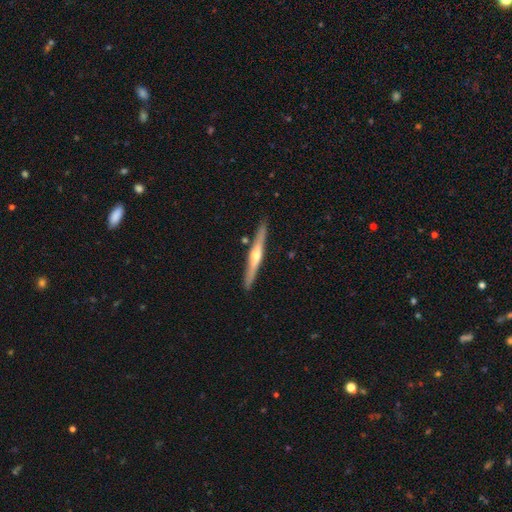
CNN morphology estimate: Smooth or featured?
  - featured or disk: 69% *
  - smooth: 26%
  - star or artifact: 5%
Edge-on disk?
  - yes: 97% *
  - no: 3%
Edge-on bulge?
  - rounded: 89% *
  - none: 8%
  - boxy: 3%
Merging?
  - none: 89% *
  - minor disturbance: 7%
  - merger: 3%
  - major disturbance: 1%